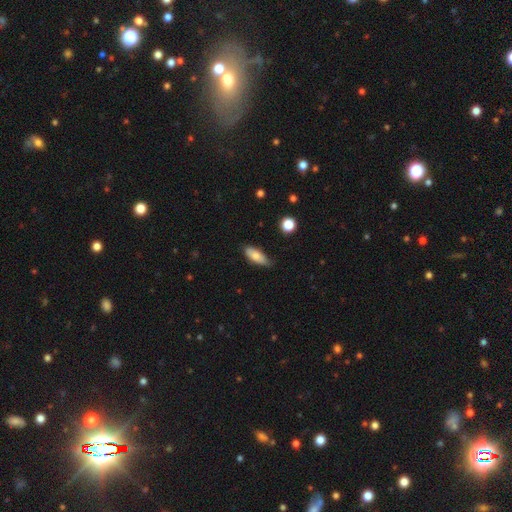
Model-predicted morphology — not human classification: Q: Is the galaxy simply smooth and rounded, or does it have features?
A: smooth — 78%.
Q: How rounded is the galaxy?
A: in between — 71%.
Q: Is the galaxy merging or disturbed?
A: none — 72%.